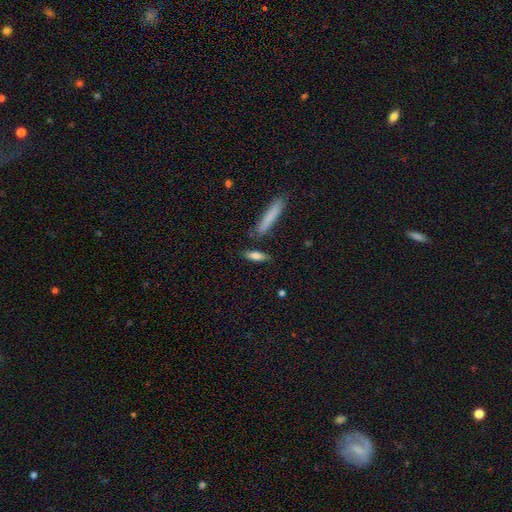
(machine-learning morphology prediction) A smooth galaxy with no disk features (79%) that is cigar-shaped (49%, tied with in between). Merging: none (77%).